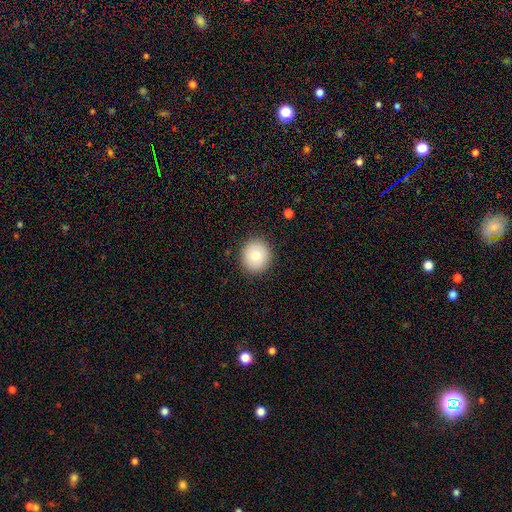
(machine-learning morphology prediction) A smooth galaxy with no disk features (78%) that is round (91%). Merging: none (90%).